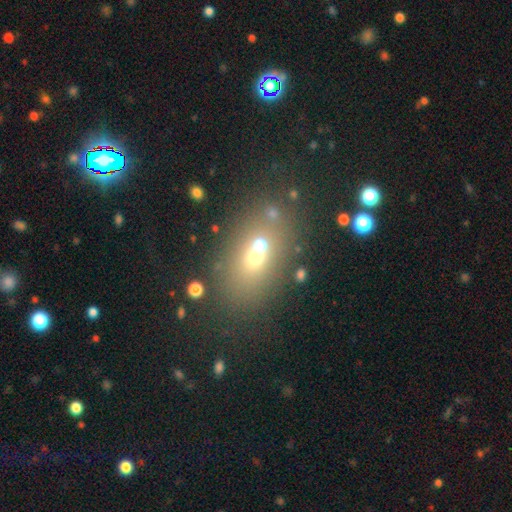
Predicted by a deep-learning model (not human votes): smooth 53%, star or artifact 24%, featured or disk 23%. Down the decision tree: how rounded — in between (70%); merging — none (54%).